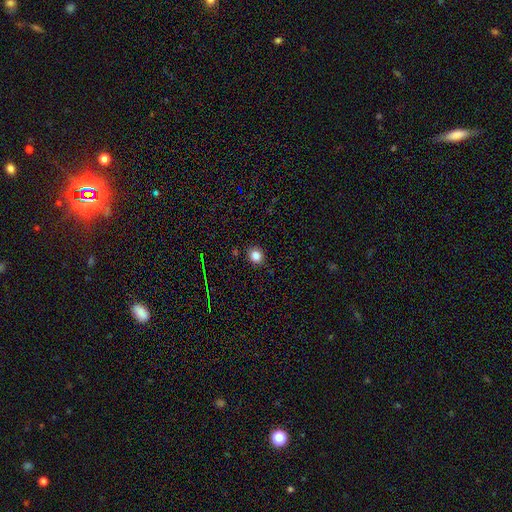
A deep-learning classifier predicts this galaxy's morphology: Q: Smooth or featured?
A: smooth (82%); runner-up: star or artifact (13%)
Q: How rounded?
A: round (79%); runner-up: in between (20%)
Q: Merging?
A: none (88%); runner-up: minor disturbance (9%)